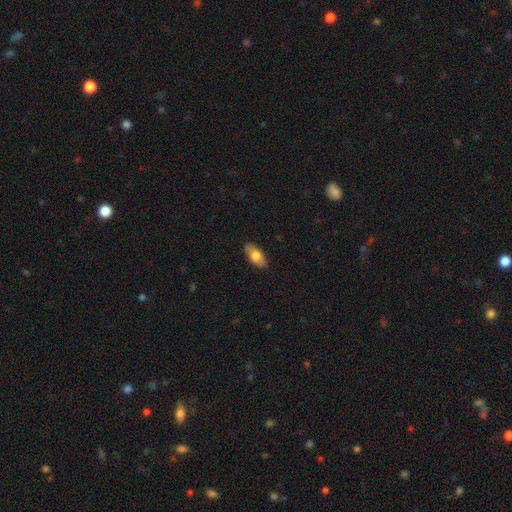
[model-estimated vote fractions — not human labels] smooth-or-featured: smooth: 74% | featured or disk: 20% | star or artifact: 6%
  how-rounded: in between: 88% | cigar-shaped: 9% | round: 3%
  merging: none: 88% | minor disturbance: 9% | major disturbance: 2% | merger: 1%